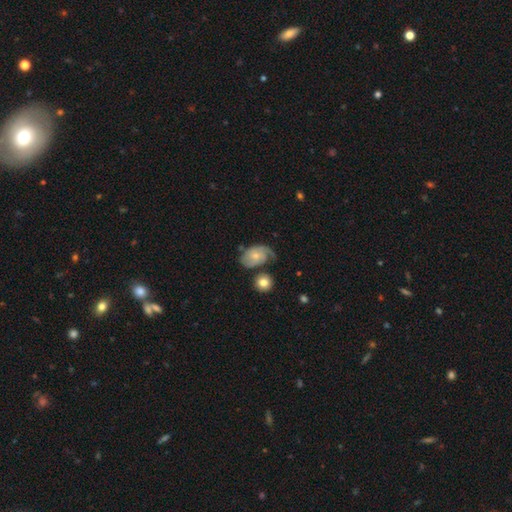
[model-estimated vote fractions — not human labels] featured or disk 66%, smooth 28%, star or artifact 7%. Down the decision tree: edge-on disk — no (97%); bar — no (72%); spiral arms — yes (89%); spiral arm count — 2 (42%); spiral winding — tight (41%); bulge size — small (55%); merging — none (45%).